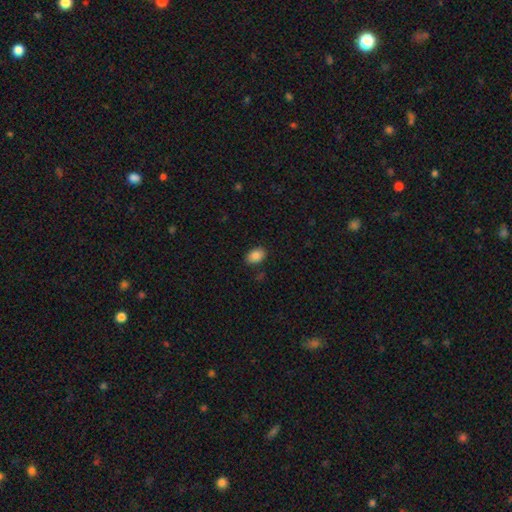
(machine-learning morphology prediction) type=smooth (86%); roundness=in between (84%); merging=none (86%).